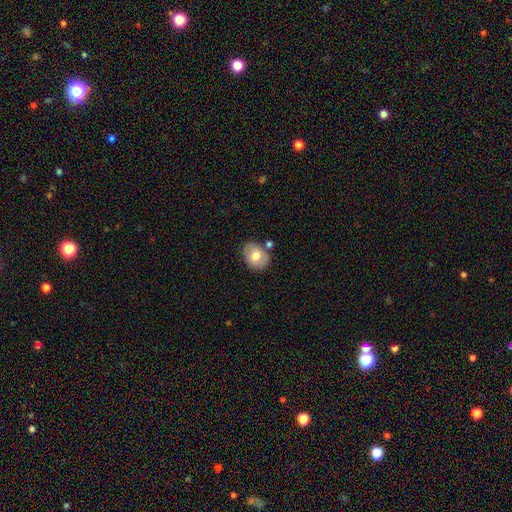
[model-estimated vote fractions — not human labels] smooth-or-featured: smooth: 72% | featured or disk: 21% | star or artifact: 7%
  how-rounded: in between: 60% | round: 39% | cigar-shaped: 1%
  merging: none: 71% | minor disturbance: 15% | merger: 10% | major disturbance: 4%